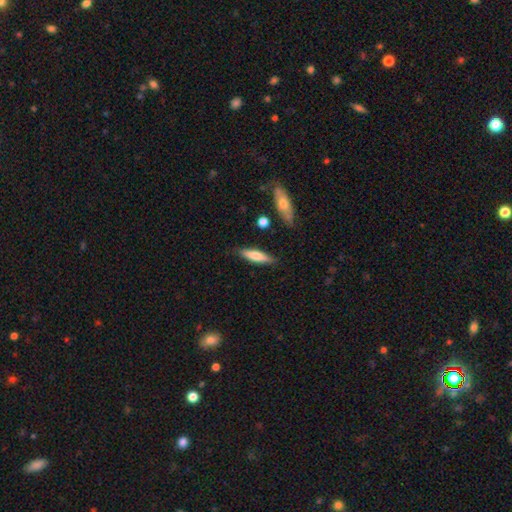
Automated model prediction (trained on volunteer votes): Smooth or featured: smooth — 68% (featured or disk — 26%)
How rounded: cigar-shaped — 71% (in between — 28%)
Merging: none — 83% (minor disturbance — 12%)